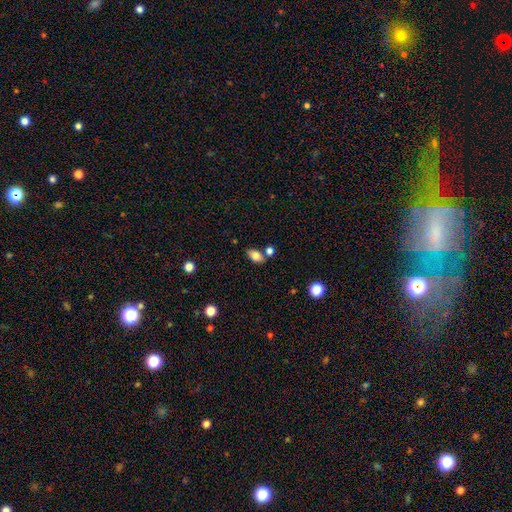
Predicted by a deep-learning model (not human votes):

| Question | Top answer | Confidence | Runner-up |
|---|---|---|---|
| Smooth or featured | smooth | 81% | featured or disk (10%) |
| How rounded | in between | 88% | round (8%) |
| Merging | none | 70% | merger (14%) |